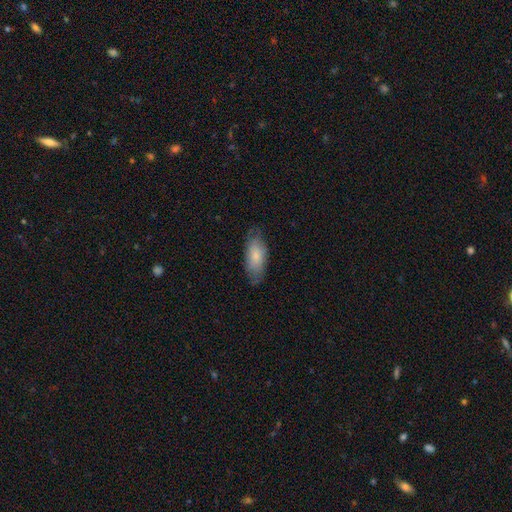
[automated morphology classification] This appears to be a smooth galaxy with no disk features (72%) that is in between round and cigar-shaped (82%). Merging: none (72%).